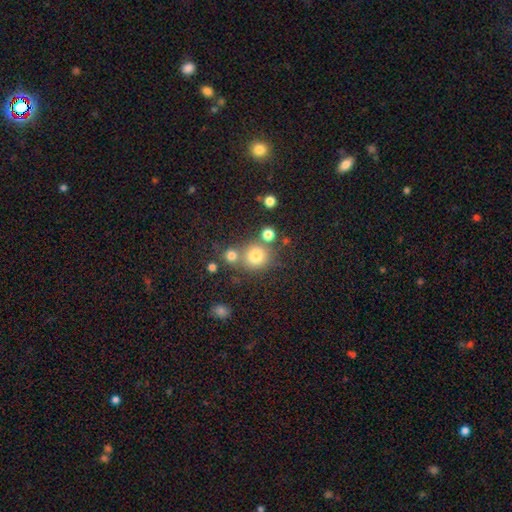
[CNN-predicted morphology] This appears to be a smooth galaxy with no disk features (76%) that is round (89%). Merging: none (64%).